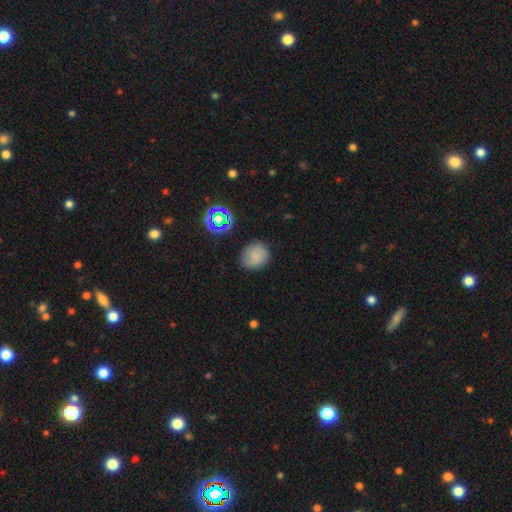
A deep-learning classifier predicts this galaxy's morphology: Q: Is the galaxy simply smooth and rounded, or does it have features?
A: smooth — 75%.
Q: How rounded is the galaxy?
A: round — 75%.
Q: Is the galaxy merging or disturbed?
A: none — 78%.